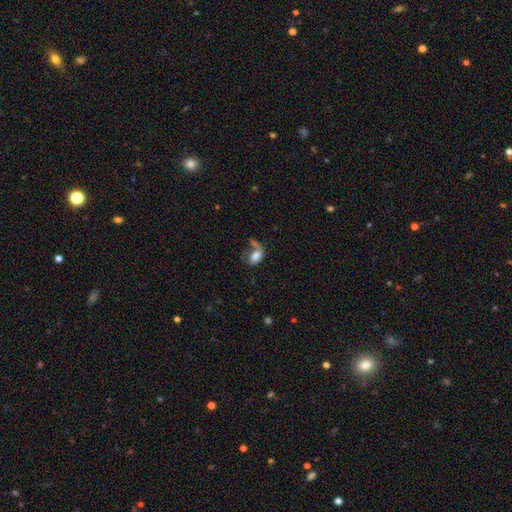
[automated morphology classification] smooth-or-featured: smooth: 65% | featured or disk: 26% | star or artifact: 9%
  how-rounded: in between: 87% | round: 11% | cigar-shaped: 2%
  merging: major disturbance: 34% | none: 27% | merger: 22% | minor disturbance: 16%